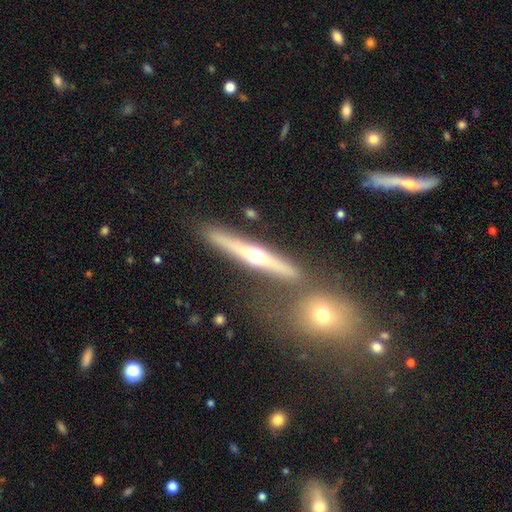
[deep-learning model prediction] smooth-or-featured: featured or disk: 63% | smooth: 30% | star or artifact: 7%
  disk-edge-on: yes: 94% | no: 6%
    edge-on-bulge: rounded: 91% | none: 6% | boxy: 3%
  merging: none: 78% | minor disturbance: 10% | merger: 9% | major disturbance: 3%